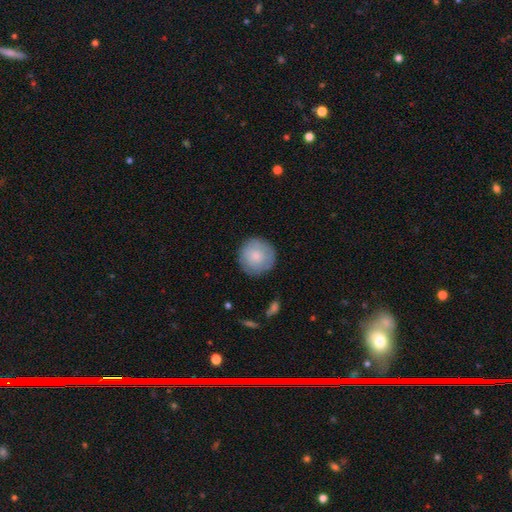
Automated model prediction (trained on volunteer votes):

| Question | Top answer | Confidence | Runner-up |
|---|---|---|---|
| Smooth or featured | smooth | 78% | featured or disk (16%) |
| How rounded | round | 95% | in between (4%) |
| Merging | none | 85% | minor disturbance (11%) |